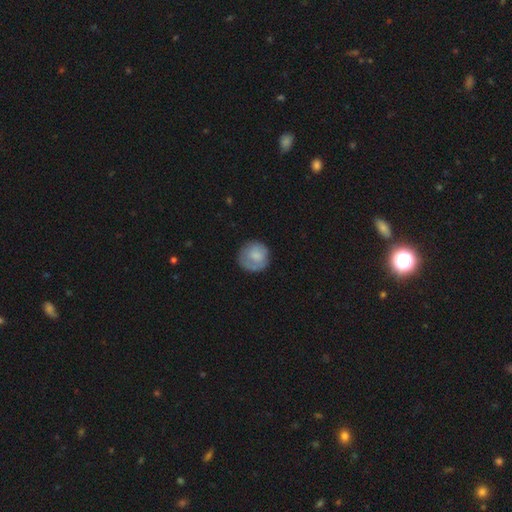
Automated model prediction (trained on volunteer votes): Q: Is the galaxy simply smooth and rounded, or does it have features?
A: smooth — 74%.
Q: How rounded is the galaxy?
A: round — 89%.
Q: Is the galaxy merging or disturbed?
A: none — 70%.